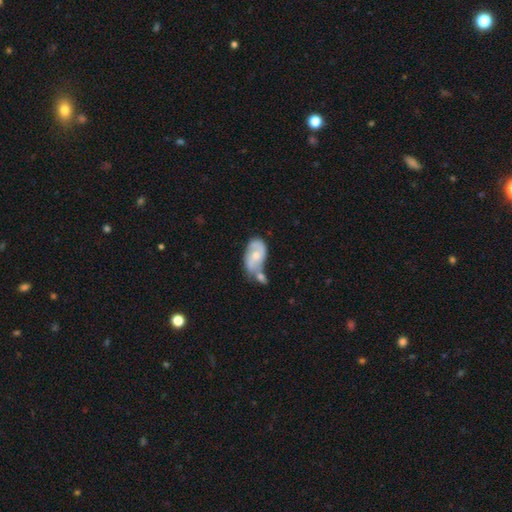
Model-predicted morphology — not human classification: Smooth or featured?
  - featured or disk: 56% *
  - smooth: 38%
  - star or artifact: 6%
Edge-on disk?
  - no: 95% *
  - yes: 5%
Bar?
  - no: 69% *
  - weak: 25%
  - strong: 6%
Spiral arms?
  - yes: 67% *
  - no: 33%
Bulge size?
  - moderate: 53% *
  - small: 42%
  - none: 3%
  - large: 2%
  - dominant: 1%
Merging?
  - merger: 46% *
  - none: 24%
  - minor disturbance: 19%
  - major disturbance: 11%